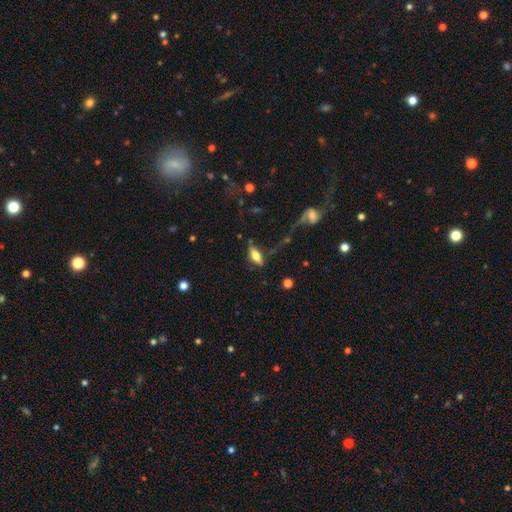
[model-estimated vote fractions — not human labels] Smooth or featured: smooth — 59% (featured or disk — 34%)
How rounded: in between — 77% (cigar-shaped — 20%)
Merging: none — 66% (minor disturbance — 17%)